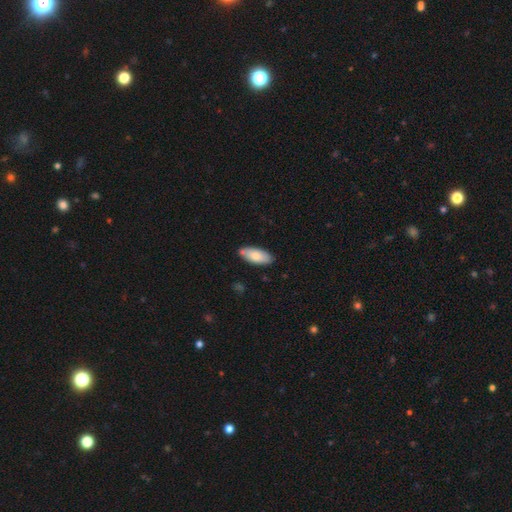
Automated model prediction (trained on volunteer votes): Smooth or featured? smooth (82%)
How rounded? in between (84%)
Merging? none (80%)